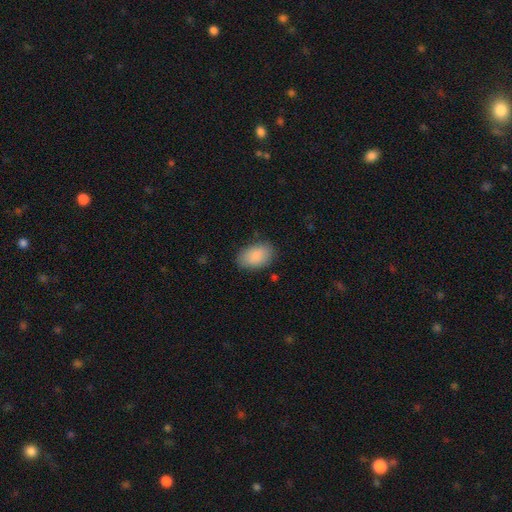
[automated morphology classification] Q: Smooth or featured?
A: smooth (88%); runner-up: star or artifact (6%)
Q: How rounded?
A: in between (91%); runner-up: round (8%)
Q: Merging?
A: none (83%); runner-up: minor disturbance (13%)